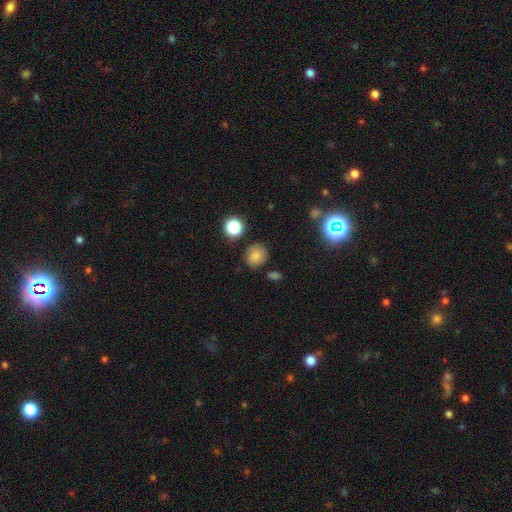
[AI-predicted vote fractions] A smooth galaxy with no disk features (76%) that is round (77%).

Vote fractions:
- Smooth or featured? smooth: 76% / star or artifact: 15% / featured or disk: 9%
- How rounded? round: 77% / in between: 22% / cigar-shaped: 1%
- Merging? none: 77% / minor disturbance: 14% / merger: 4% / major disturbance: 4%